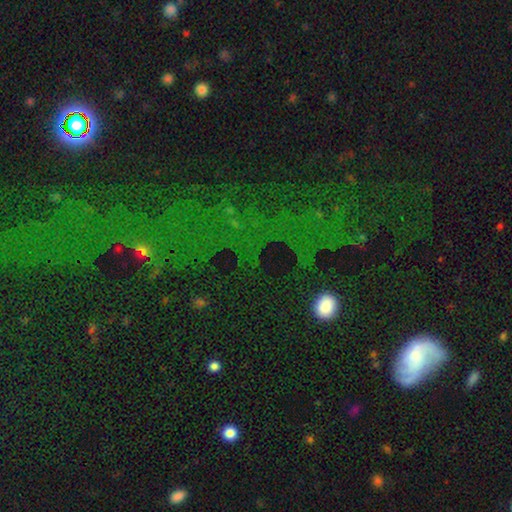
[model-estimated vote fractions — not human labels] star or artifact 54%, smooth 26%, featured or disk 20%.